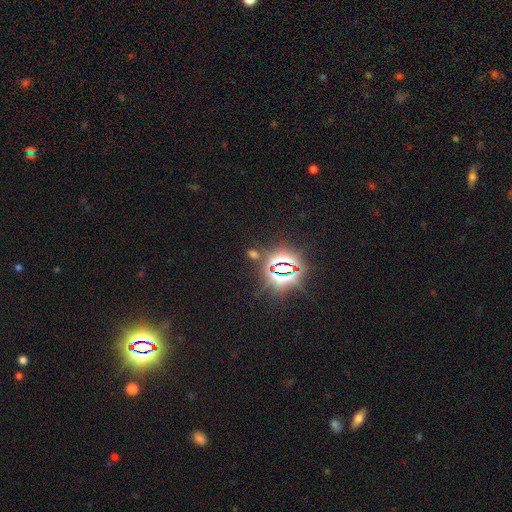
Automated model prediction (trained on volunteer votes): Q: Smooth or featured?
A: star or artifact (81%); runner-up: smooth (12%)